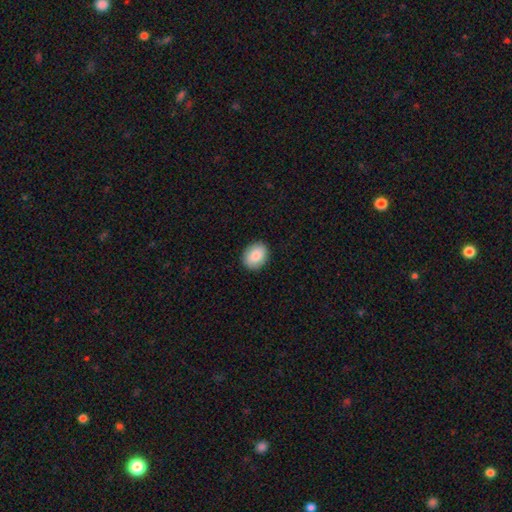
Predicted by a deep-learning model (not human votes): A smooth galaxy with no disk features (87%) that is in between round and cigar-shaped (54%). Merging: none (90%).